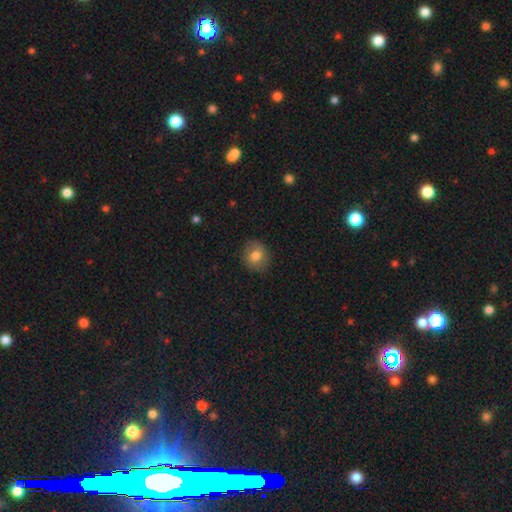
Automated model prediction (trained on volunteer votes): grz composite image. It shows a smooth galaxy with no disk features (78%) that is round (77%). Merging: none (85%).